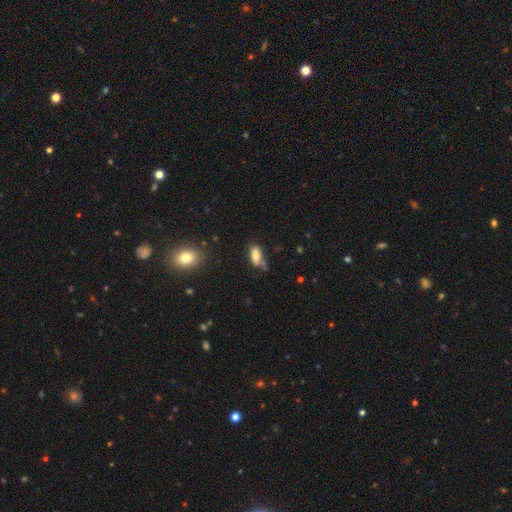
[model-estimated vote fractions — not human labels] Smooth or featured: smooth — 80% (featured or disk — 11%)
How rounded: in between — 87% (cigar-shaped — 9%)
Merging: none — 61% (minor disturbance — 22%)